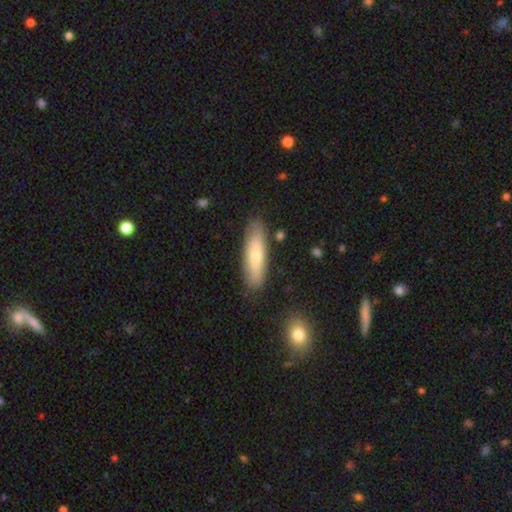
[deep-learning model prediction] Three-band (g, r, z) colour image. It shows a smooth galaxy with no disk features (68%) that is cigar-shaped (58%). Merging: none (83%).